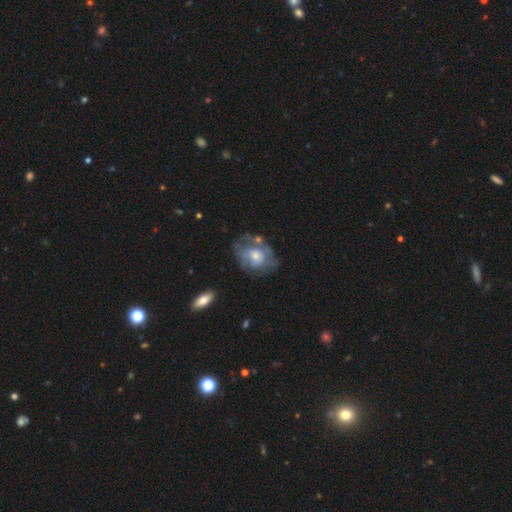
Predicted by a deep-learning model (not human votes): Smooth or featured? featured or disk (59%)
Edge-on disk? no (95%)
Bar? no (79%)
Spiral arms? no (51%)
Bulge size? moderate (54%)
Merging? none (57%)